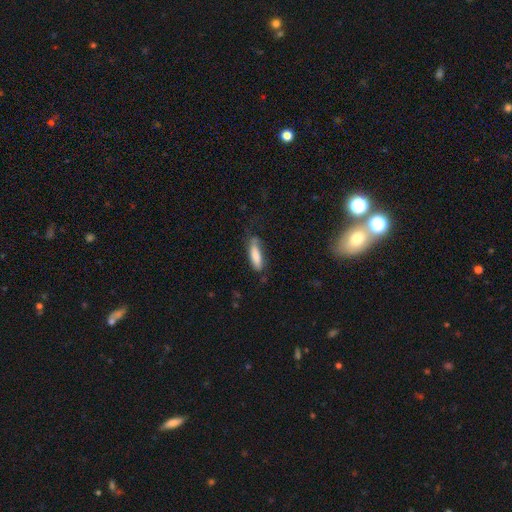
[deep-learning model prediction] smooth 81%, featured or disk 13%, star or artifact 6%. Down the decision tree: how rounded — cigar-shaped (59%); merging — none (60%).